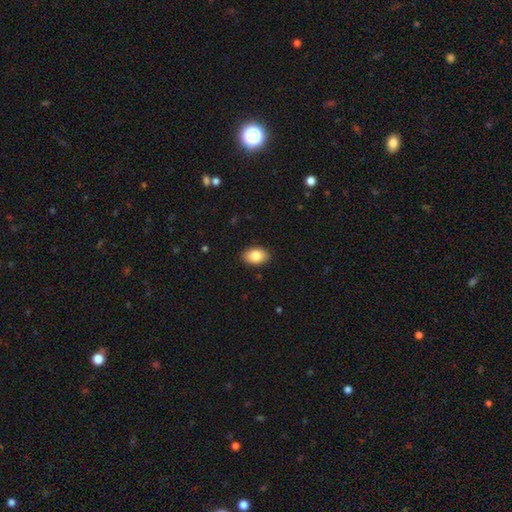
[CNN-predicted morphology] Smooth or featured? smooth (84%)
How rounded? in between (86%)
Merging? none (89%)